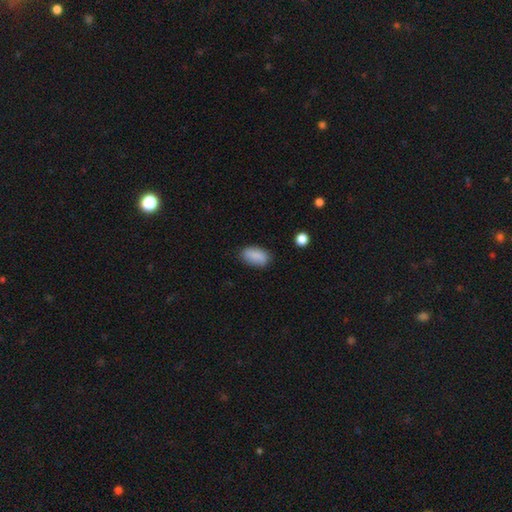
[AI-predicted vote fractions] The model was most divided on "merging": none: 82%, minor disturbance: 14%, major disturbance: 3%, merger: 2%. More confident: how rounded — in between (92%); smooth or featured — smooth (88%).